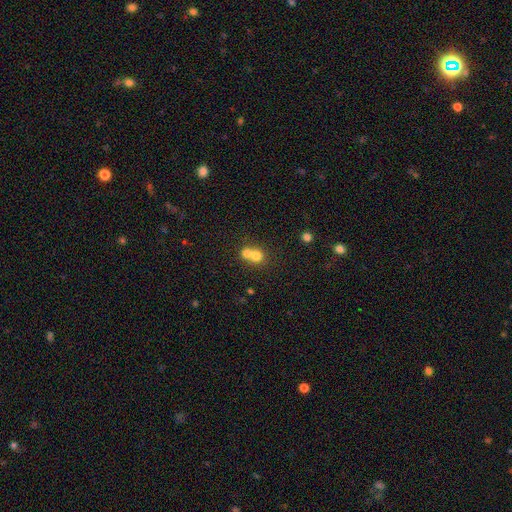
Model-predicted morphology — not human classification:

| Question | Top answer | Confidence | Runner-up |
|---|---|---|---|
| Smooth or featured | smooth | 73% | featured or disk (15%) |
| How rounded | round | 80% | in between (19%) |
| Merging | merger | 68% | none (26%) |